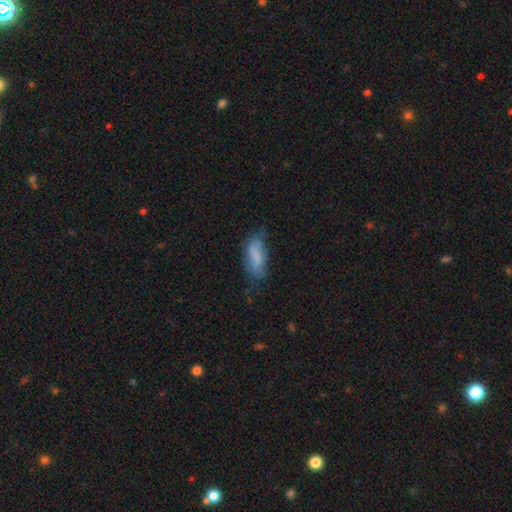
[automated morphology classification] type=smooth (72%); roundness=in between (78%); merging=none (51%).